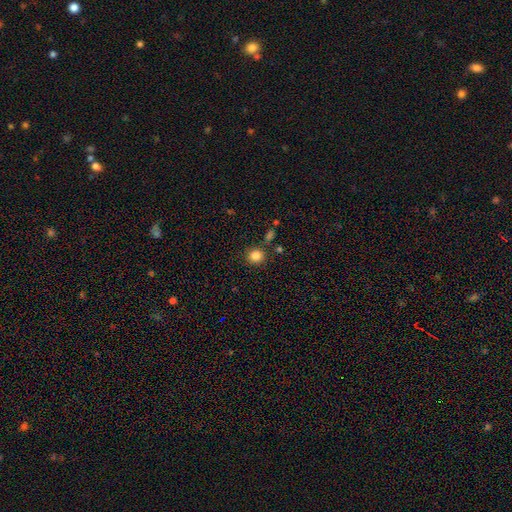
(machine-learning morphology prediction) Smooth or featured? Predicted: smooth (p=0.84). How rounded? Predicted: round (p=0.89). Merging? Predicted: none (p=0.84).